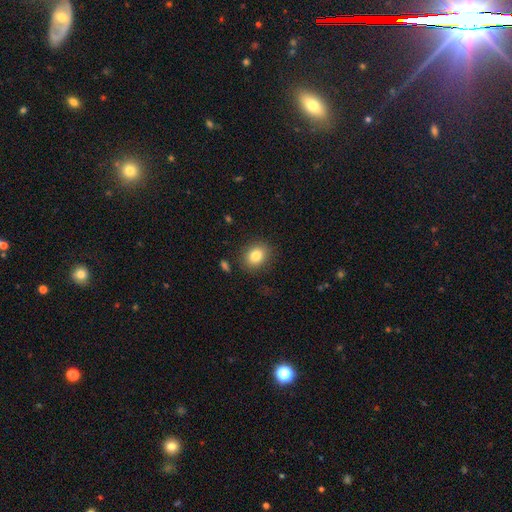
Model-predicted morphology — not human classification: Q: Smooth or featured?
A: smooth (82%); runner-up: star or artifact (10%)
Q: How rounded?
A: round (61%); runner-up: in between (38%)
Q: Merging?
A: none (87%); runner-up: minor disturbance (8%)